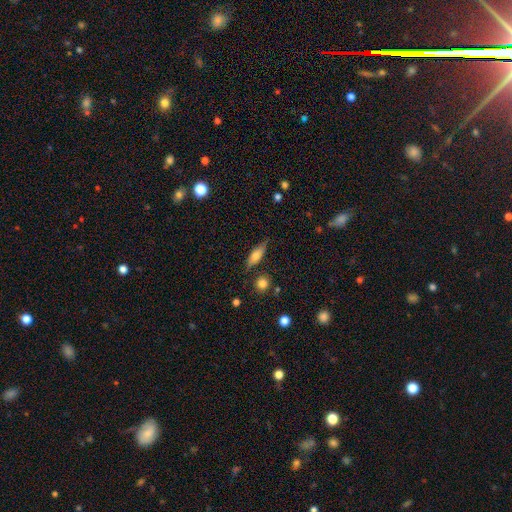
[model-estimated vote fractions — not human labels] Smooth or featured?
  - smooth: 60% *
  - featured or disk: 32%
  - star or artifact: 8%
How rounded?
  - cigar-shaped: 48% * (tied)
  - in between: 48% * (tied)
  - round: 4%
Merging?
  - none: 76% *
  - minor disturbance: 17%
  - major disturbance: 4%
  - merger: 3%